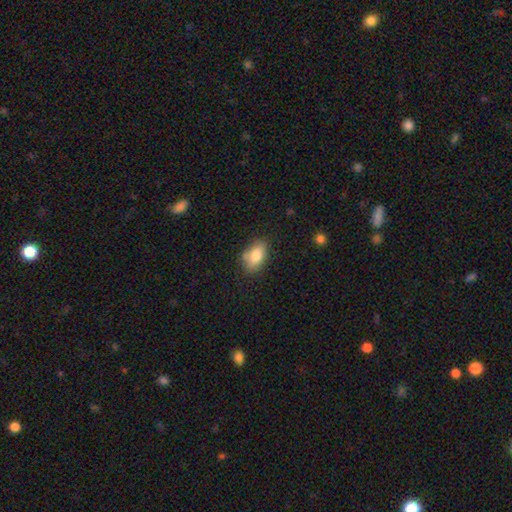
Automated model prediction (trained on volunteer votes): smooth 81%, featured or disk 12%, star or artifact 8%. Down the decision tree: how rounded — in between (88%); merging — none (71%).